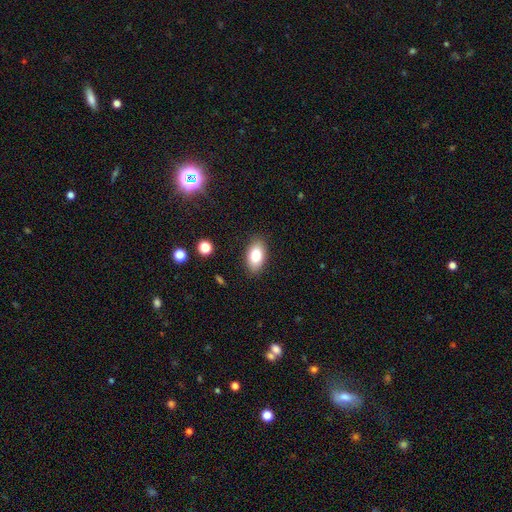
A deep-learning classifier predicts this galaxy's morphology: smooth 82%, featured or disk 10%, star or artifact 8%. Down the decision tree: how rounded — in between (93%); merging — none (86%).